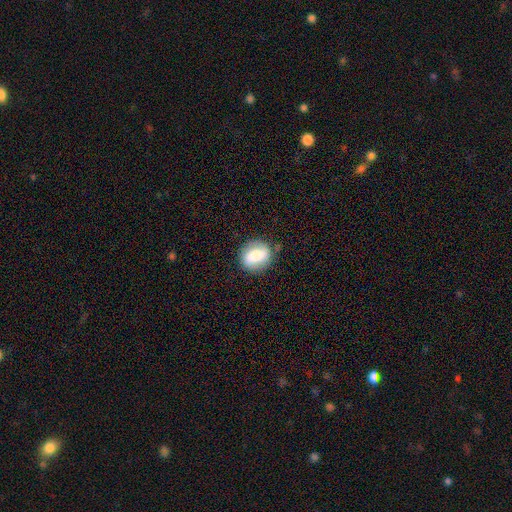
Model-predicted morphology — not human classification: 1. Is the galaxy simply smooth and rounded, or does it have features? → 65% smooth, 27% featured or disk, 8% star or artifact.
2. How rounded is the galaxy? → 62% round, 36% in between, 2% cigar-shaped.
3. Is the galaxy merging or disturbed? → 75% none, 17% minor disturbance, 6% major disturbance, 2% merger.